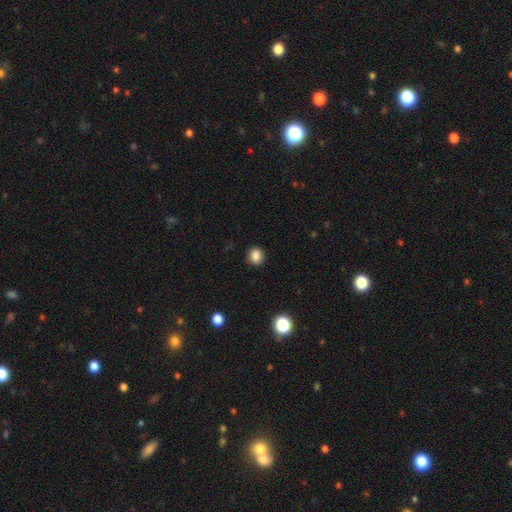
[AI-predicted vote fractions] A smooth galaxy with no disk features (85%) that is round (79%). Merging: none (89%).